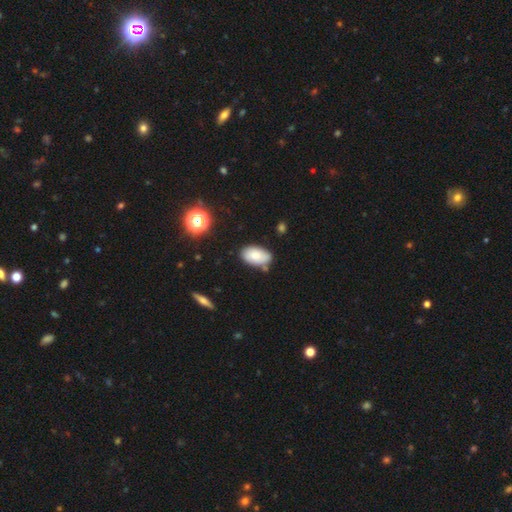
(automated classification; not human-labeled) This is clearly a smooth galaxy (80%). How rounded: clearly in between (94%). Merging: likely none (71%).